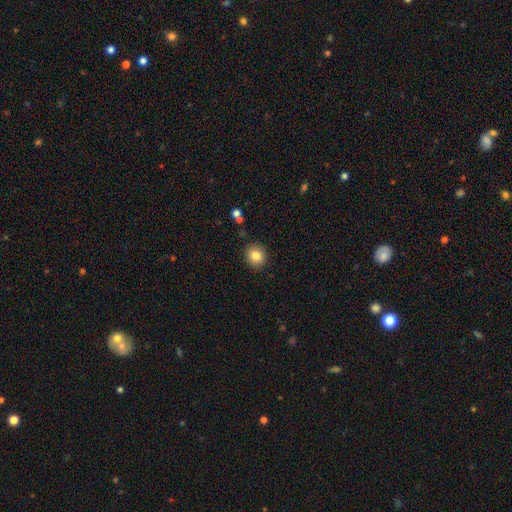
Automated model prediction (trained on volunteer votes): This appears to be a smooth galaxy with no disk features (83%) that is round (83%). Merging: none (90%).